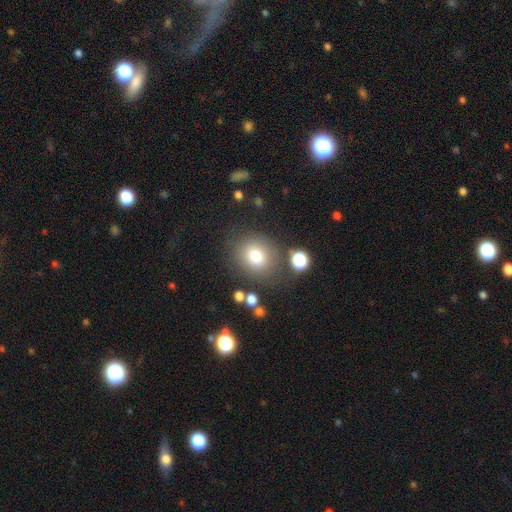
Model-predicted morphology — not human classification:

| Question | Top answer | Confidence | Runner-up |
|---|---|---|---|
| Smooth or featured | smooth | 77% | star or artifact (12%) |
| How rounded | round | 74% | in between (25%) |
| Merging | none | 76% | minor disturbance (12%) |